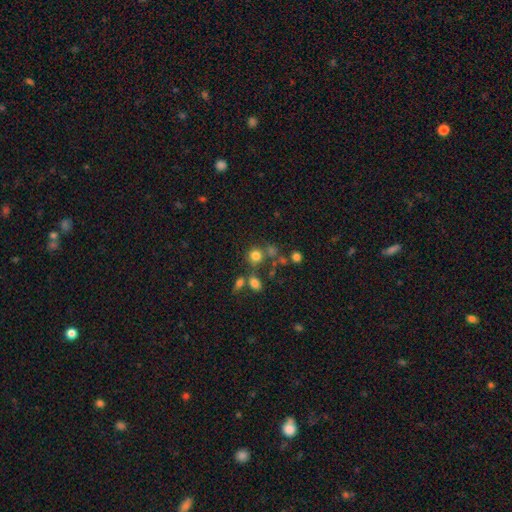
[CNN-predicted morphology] A smooth galaxy with no disk features (75%) that is round (83%).

Vote fractions:
- Smooth or featured? smooth: 75% / star or artifact: 15% / featured or disk: 10%
- How rounded? round: 83% / in between: 16% / cigar-shaped: 1%
- Merging? none: 60% / merger: 23% / minor disturbance: 11% / major disturbance: 6%